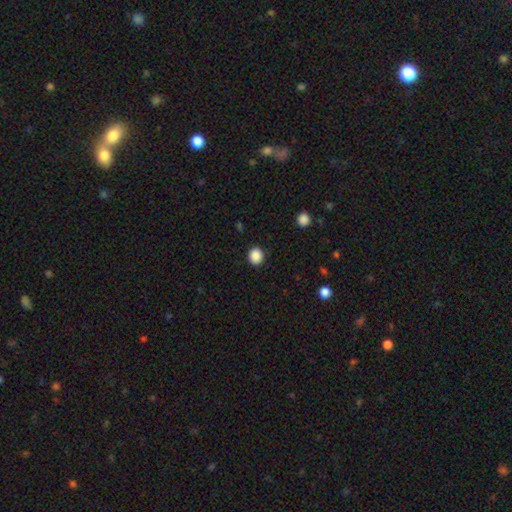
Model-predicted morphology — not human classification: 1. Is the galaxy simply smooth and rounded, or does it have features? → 88% smooth, 9% star or artifact, 2% featured or disk.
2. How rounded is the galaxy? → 81% round, 18% in between, 1% cigar-shaped.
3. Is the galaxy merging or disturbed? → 91% none, 6% minor disturbance, 2% major disturbance, 1% merger.